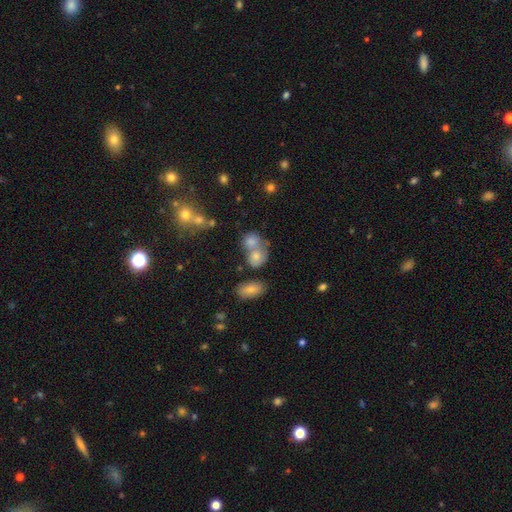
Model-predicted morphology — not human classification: A smooth galaxy with no disk features (55%) that is round (49%). Merging: none (42%).